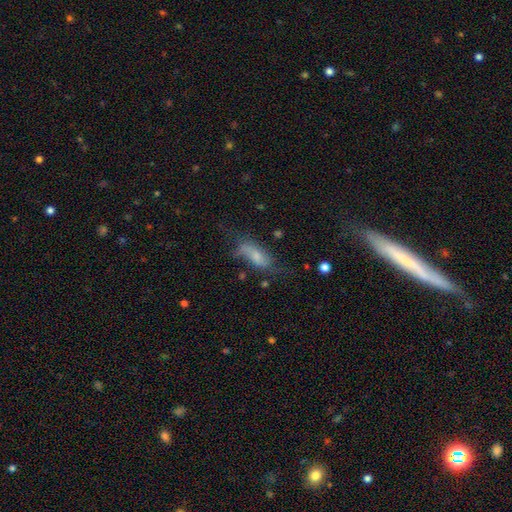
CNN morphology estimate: The model was most divided on "smooth or featured": smooth: 49%, featured or disk: 41%, star or artifact: 10%. Remaining: merging — none (43%).